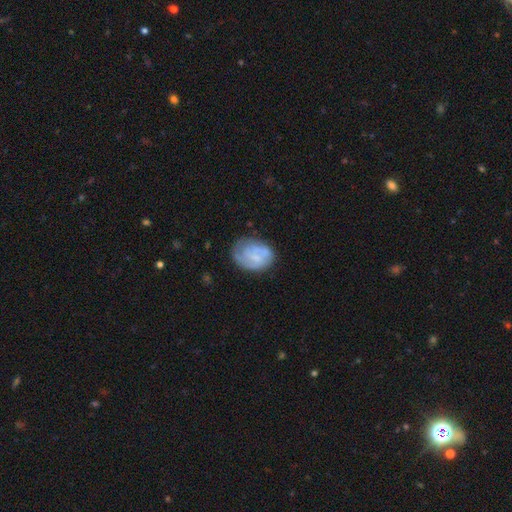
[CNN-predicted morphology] Smooth or featured: featured or disk — 57% (smooth — 36%)
Edge-on disk: no — 98% (yes — 2%)
Bar: no — 57% (weak — 36%)
Spiral arms: yes — 75% (no — 25%)
Bulge size: none — 40% (small — 39%)
Merging: none — 60% (minor disturbance — 25%)